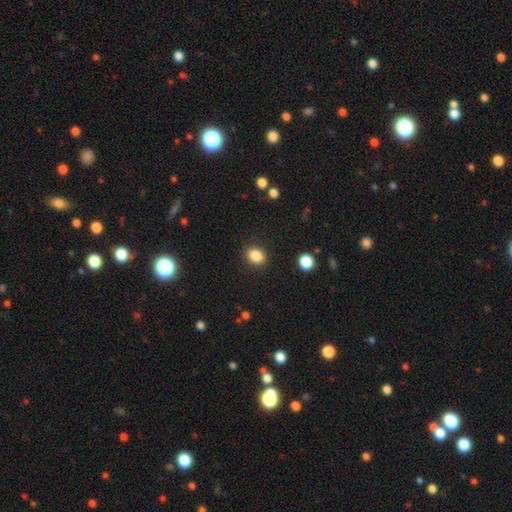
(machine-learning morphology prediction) Smooth or featured: smooth — 86% (star or artifact — 10%)
How rounded: round — 52% (in between — 47%)
Merging: none — 89% (minor disturbance — 8%)